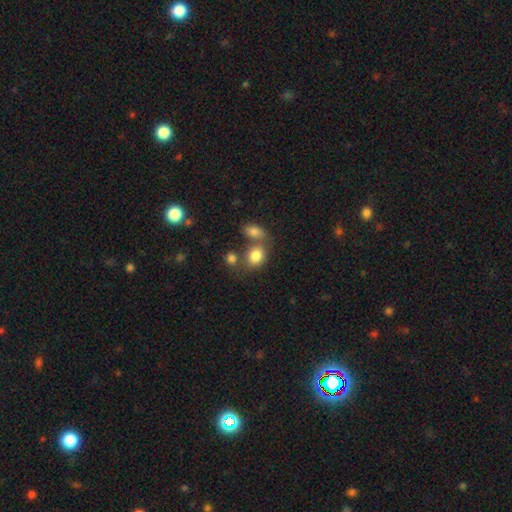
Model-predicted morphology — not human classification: Smooth or featured? Predicted: smooth (p=0.82). How rounded? Predicted: in between (p=0.50). Merging? Predicted: none (p=0.48).